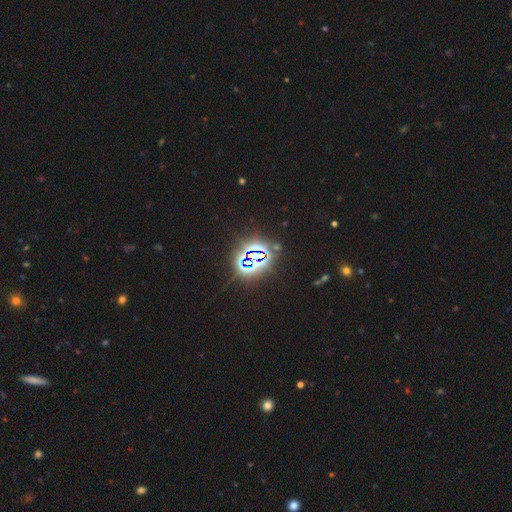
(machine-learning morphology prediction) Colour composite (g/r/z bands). It shows a star or artifact, not a galaxy (81%).